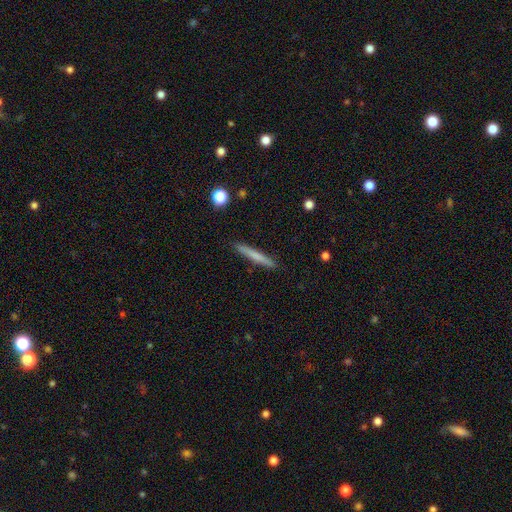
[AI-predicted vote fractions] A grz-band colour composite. It shows a smooth galaxy with no disk features (67%) that is cigar-shaped (96%). Merging: none (91%).